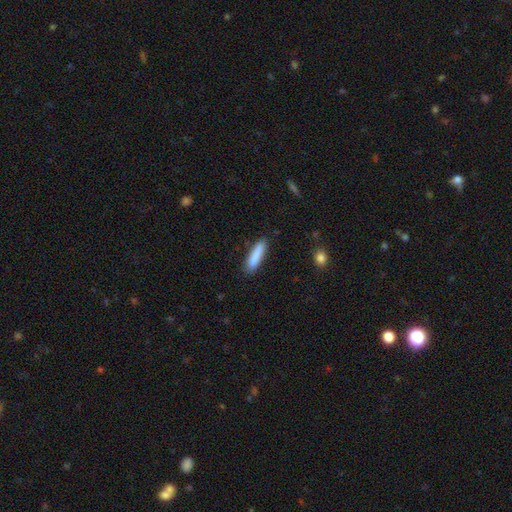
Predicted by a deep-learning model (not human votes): smooth 87%, featured or disk 7%, star or artifact 6%. Down the decision tree: how rounded — cigar-shaped (77%); merging — none (86%).